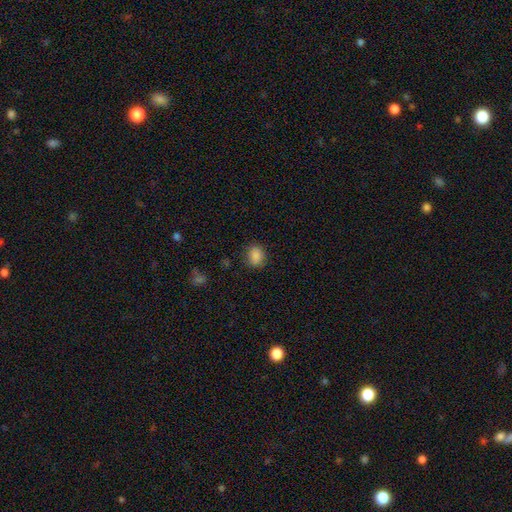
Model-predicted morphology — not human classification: Smooth or featured: smooth — 86% (star or artifact — 10%)
How rounded: in between — 54% (round — 45%)
Merging: none — 82% (minor disturbance — 13%)